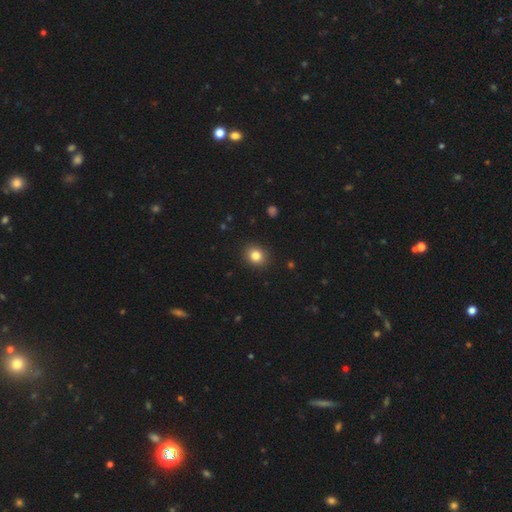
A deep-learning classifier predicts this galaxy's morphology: A smooth galaxy with no disk features (83%) that is round (73%).

Vote fractions:
- Smooth or featured? smooth: 83% / star or artifact: 11% / featured or disk: 6%
- How rounded? round: 73% / in between: 26% / cigar-shaped: 1%
- Merging? none: 91% / minor disturbance: 7% / major disturbance: 2% / merger: 1%